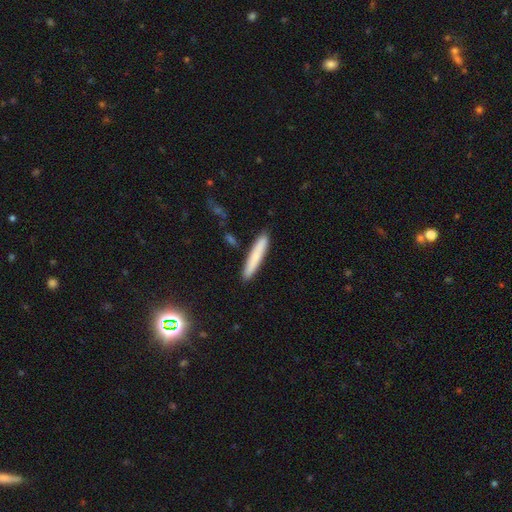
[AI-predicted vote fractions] Q: Smooth or featured?
A: smooth (74%); runner-up: featured or disk (19%)
Q: How rounded?
A: cigar-shaped (93%); runner-up: in between (6%)
Q: Merging?
A: none (88%); runner-up: minor disturbance (8%)